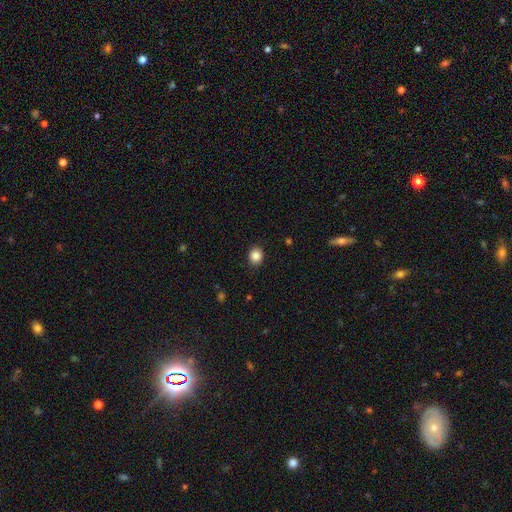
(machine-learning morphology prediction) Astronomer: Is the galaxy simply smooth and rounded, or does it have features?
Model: smooth — 86%.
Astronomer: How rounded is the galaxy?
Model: round — 66%.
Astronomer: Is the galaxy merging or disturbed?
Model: none — 89%.